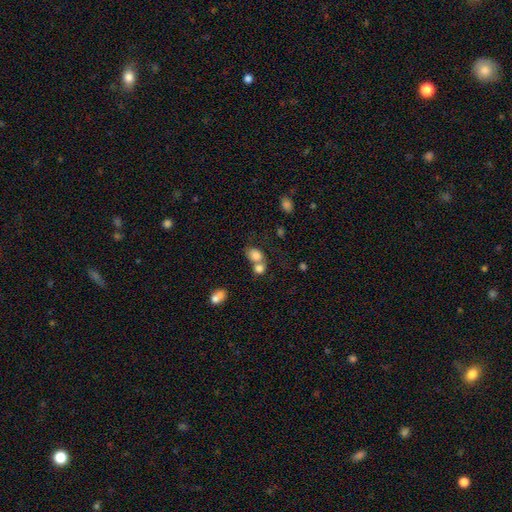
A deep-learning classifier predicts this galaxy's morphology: type=smooth (80%); roundness=in between (50%); merging=merger (50%).